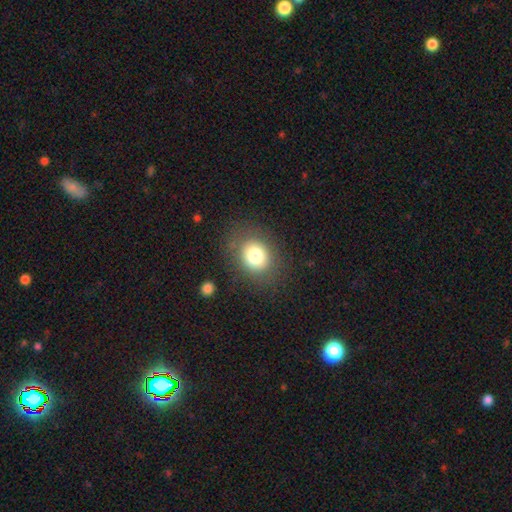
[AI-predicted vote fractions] Smooth or featured?
  - smooth: 78% *
  - star or artifact: 11%
  - featured or disk: 11%
How rounded?
  - round: 57% *
  - in between: 42%
  - cigar-shaped: 1%
Merging?
  - none: 82% *
  - minor disturbance: 11%
  - major disturbance: 5%
  - merger: 2%